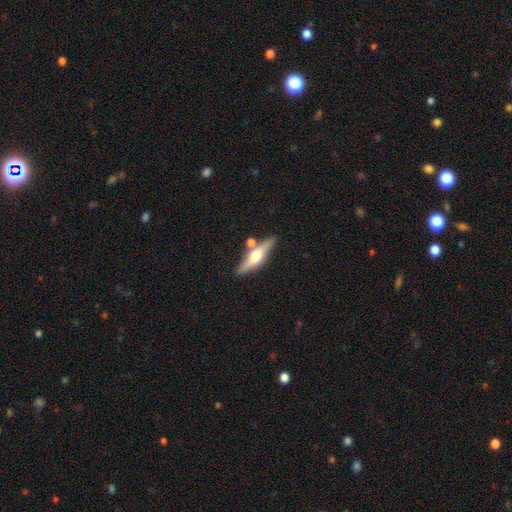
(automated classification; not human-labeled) smooth-or-featured: featured or disk: 57% | smooth: 37% | star or artifact: 6%
  disk-edge-on: yes: 92% | no: 8%
    edge-on-bulge: rounded: 93% | boxy: 5% | none: 3%
  merging: none: 74% | merger: 12% | minor disturbance: 11% | major disturbance: 3%